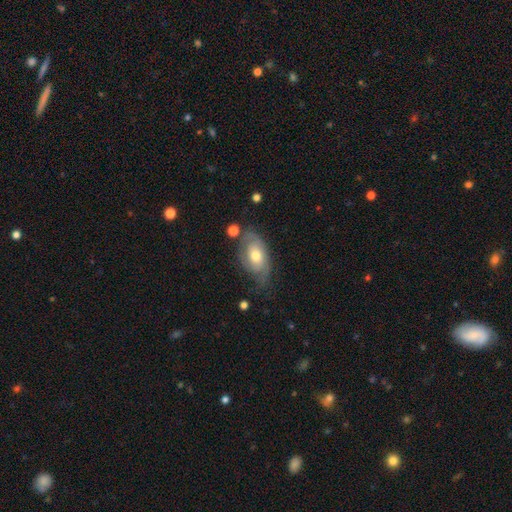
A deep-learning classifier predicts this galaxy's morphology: type=featured or disk (48%); merging=none (47%).